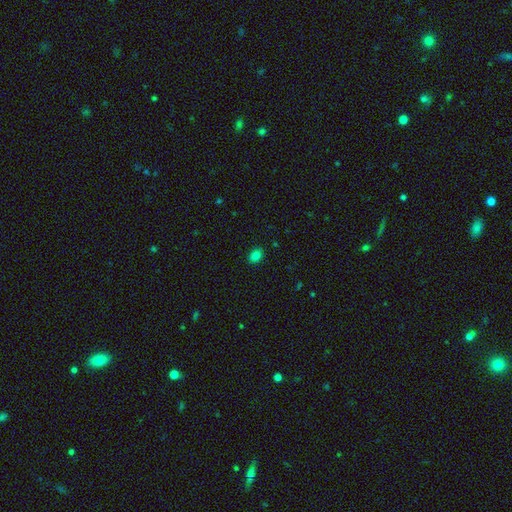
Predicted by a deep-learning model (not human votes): smooth 82%, star or artifact 12%, featured or disk 6%. Down the decision tree: how rounded — in between (69%); merging — none (89%).